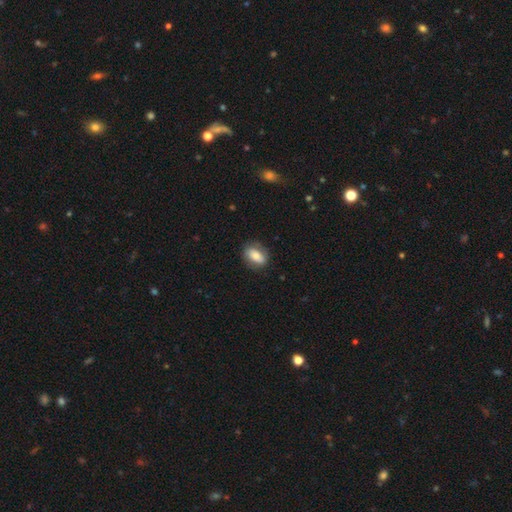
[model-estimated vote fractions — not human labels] Q: Smooth or featured?
A: smooth (67%); runner-up: featured or disk (26%)
Q: How rounded?
A: in between (81%); runner-up: round (16%)
Q: Merging?
A: none (80%); runner-up: minor disturbance (15%)